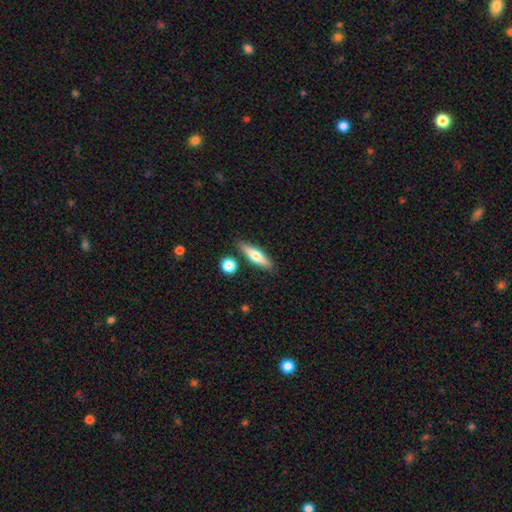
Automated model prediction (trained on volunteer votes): The model was most divided on "smooth or featured": smooth: 54%, featured or disk: 39%, star or artifact: 6%. More confident: merging — none (82%); how rounded — cigar-shaped (66%).